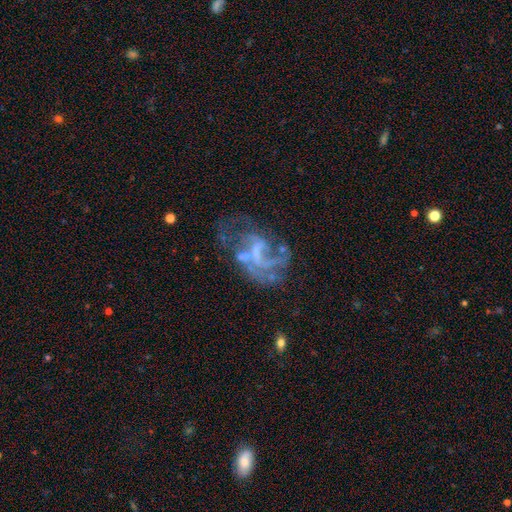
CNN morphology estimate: smooth-or-featured: featured or disk: 75% | smooth: 13% | star or artifact: 12%
  disk-edge-on: no: 98% | yes: 2%
    bar: no: 47% | weak: 37% | strong: 15%
    has-spiral-arms: yes: 59% | no: 41%
    bulge-size: none: 59% | small: 23% | moderate: 14% | large: 2% | dominant: 1%
  merging: major disturbance: 42% | none: 33% | minor disturbance: 17% | merger: 8%